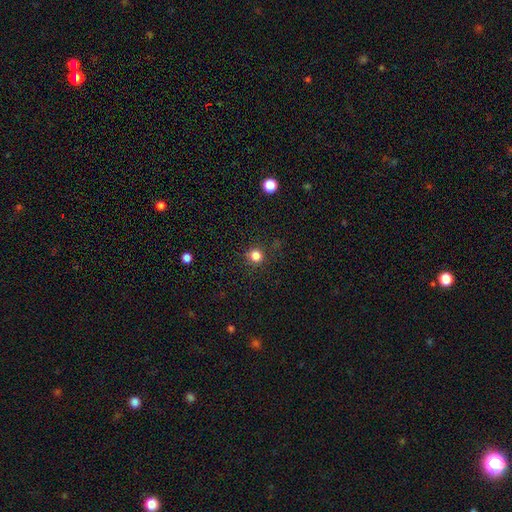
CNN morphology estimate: The model was most divided on "smooth or featured": smooth: 82%, star or artifact: 14%, featured or disk: 4%. More confident: how rounded — round (94%); merging — none (89%).